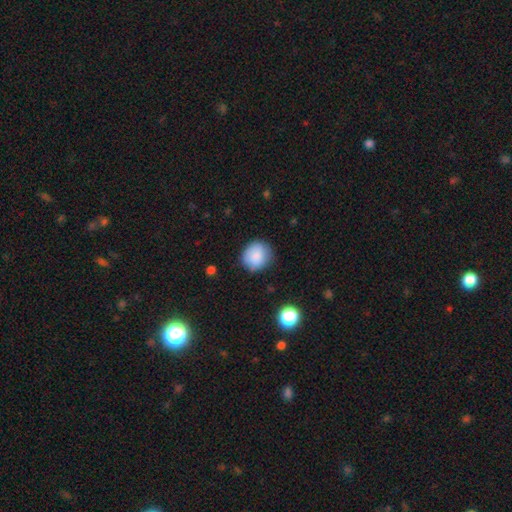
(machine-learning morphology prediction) Overall: smooth (85%). How rounded: round (80%). Merging: none (78%).